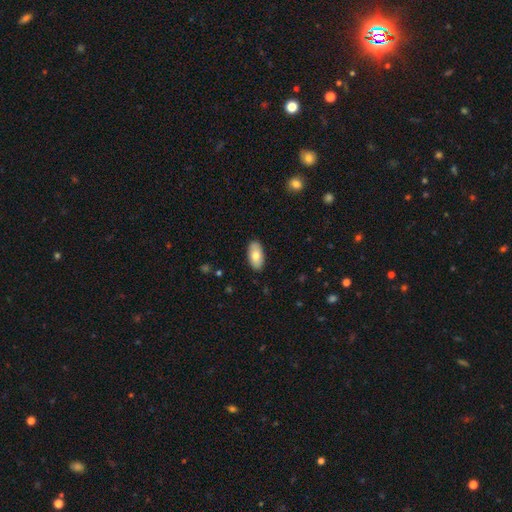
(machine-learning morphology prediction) A smooth galaxy with no disk features (76%) that is in between round and cigar-shaped (94%). Merging: none (88%).